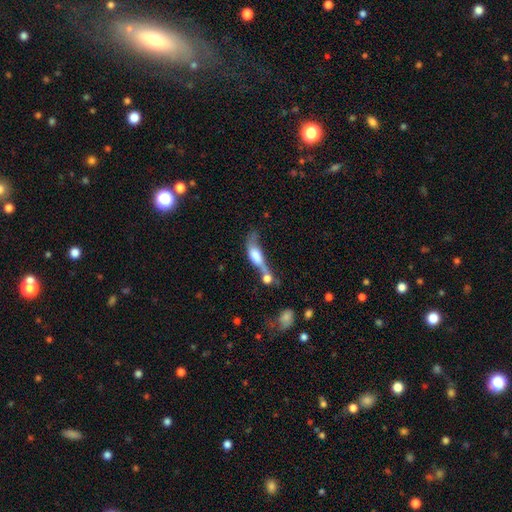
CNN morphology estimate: type=smooth (53%); roundness=in between (57%); merging=merger (56%).